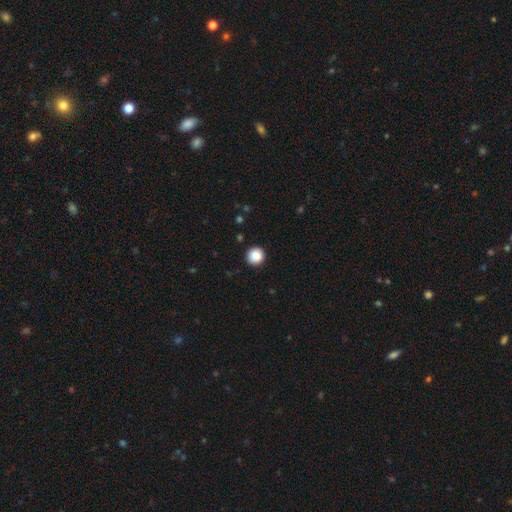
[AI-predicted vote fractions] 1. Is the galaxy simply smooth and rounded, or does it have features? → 88% smooth, 9% star or artifact, 3% featured or disk.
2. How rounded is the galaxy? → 95% round, 4% in between, 1% cigar-shaped.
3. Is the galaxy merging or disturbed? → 92% none, 5% minor disturbance, 2% major disturbance, 1% merger.